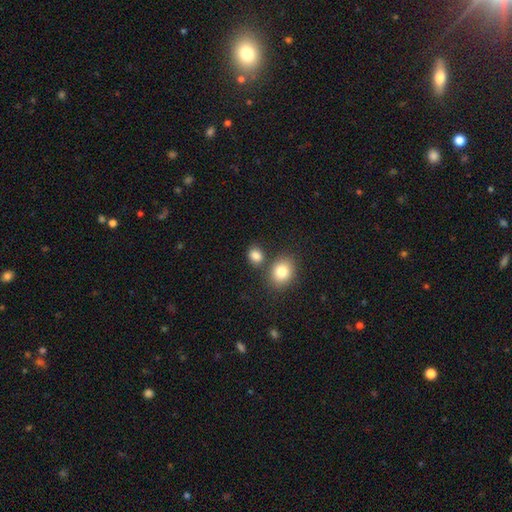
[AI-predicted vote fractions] Smooth or featured? smooth (84%)
How rounded? round (55%)
Merging? none (68%)